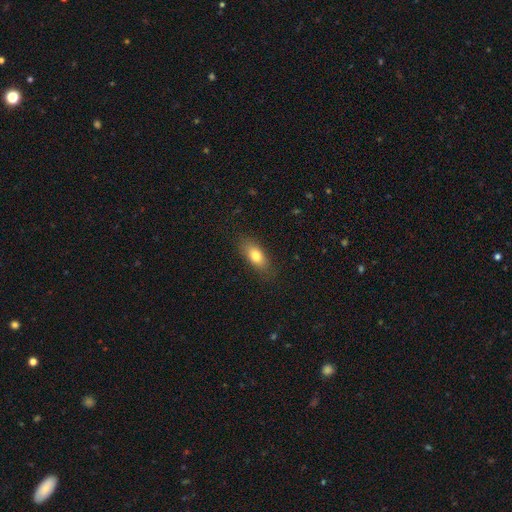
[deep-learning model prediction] Smooth or featured? smooth (79%)
How rounded? in between (82%)
Merging? none (82%)